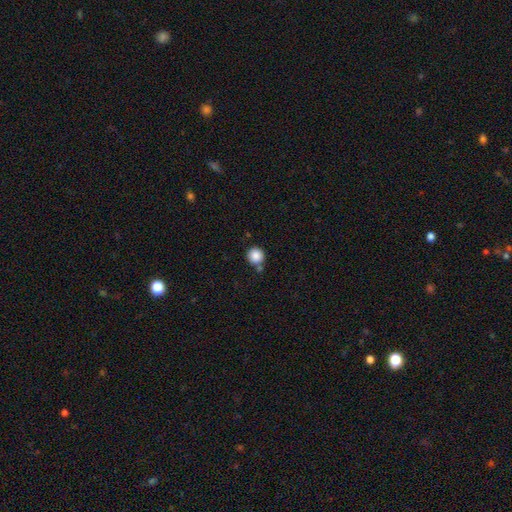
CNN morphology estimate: This is clearly a smooth galaxy (86%). How rounded: clearly round (94%). Merging: likely none (72%).